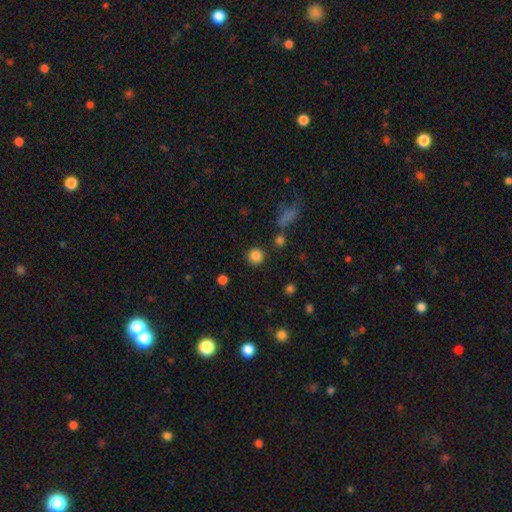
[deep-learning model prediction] smooth_or_featured: smooth (p=0.84) [alt: star or artifact p=0.12]
how_rounded: round (p=0.93) [alt: in between p=0.05]
merging: none (p=0.87) [alt: minor disturbance p=0.06]